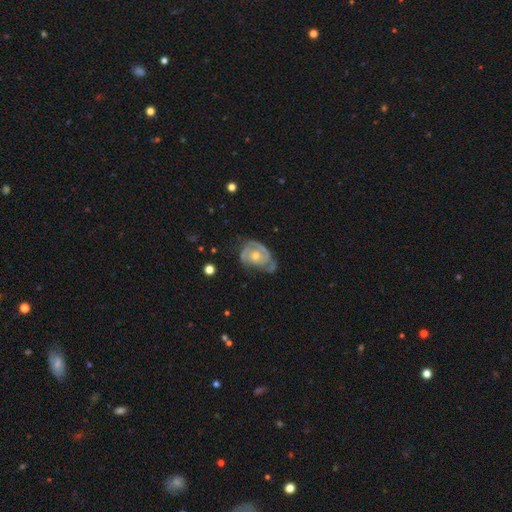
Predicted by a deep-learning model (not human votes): Morphology: type=featured or disk (82%); edge-on=no (97%); bar=no (77%); spiral arms=yes (90%); winding=tight (62%); arm count=2 (53%); bulge=moderate (55%); merging=none (54%).